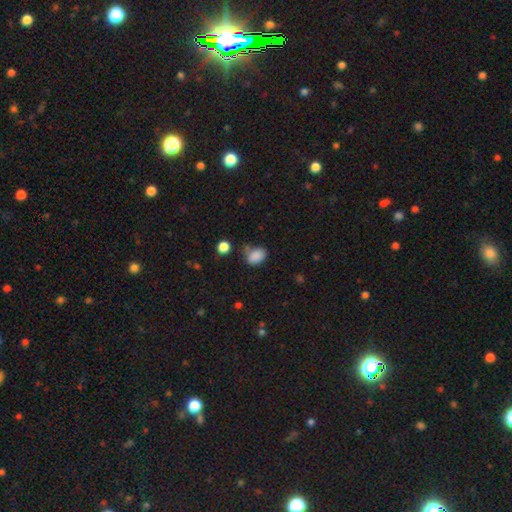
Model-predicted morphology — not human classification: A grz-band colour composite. It shows a smooth galaxy with no disk features (85%) that is in between round and cigar-shaped (72%). Merging: none (59%).